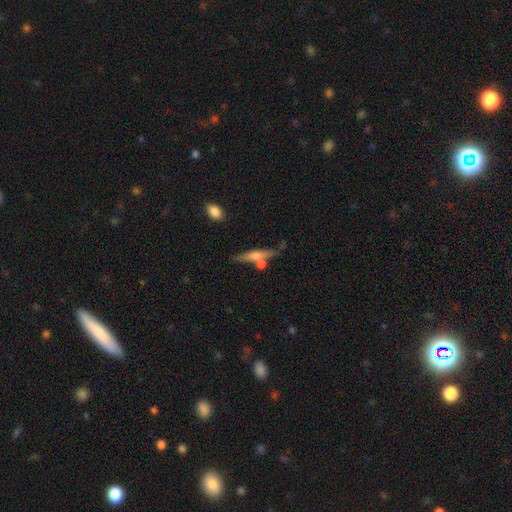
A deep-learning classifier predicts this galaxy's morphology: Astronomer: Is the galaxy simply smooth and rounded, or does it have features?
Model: featured or disk — 49% (runner-up: smooth, 44%).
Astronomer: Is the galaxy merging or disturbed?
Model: none — 67%.